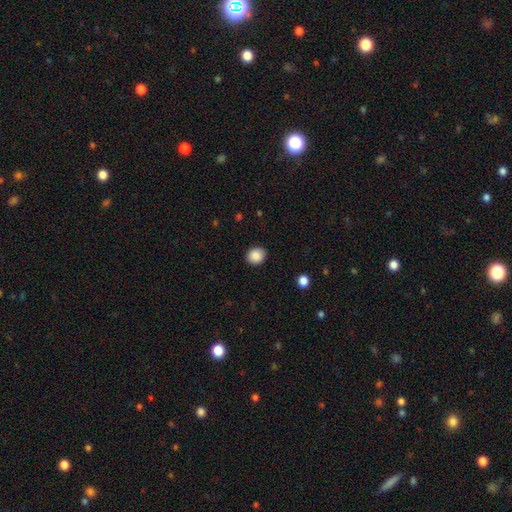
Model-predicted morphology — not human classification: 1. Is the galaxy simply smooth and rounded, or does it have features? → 88% smooth, 9% star or artifact, 3% featured or disk.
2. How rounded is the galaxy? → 66% round, 33% in between, 1% cigar-shaped.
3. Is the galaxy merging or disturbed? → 89% none, 8% minor disturbance, 2% major disturbance, 1% merger.